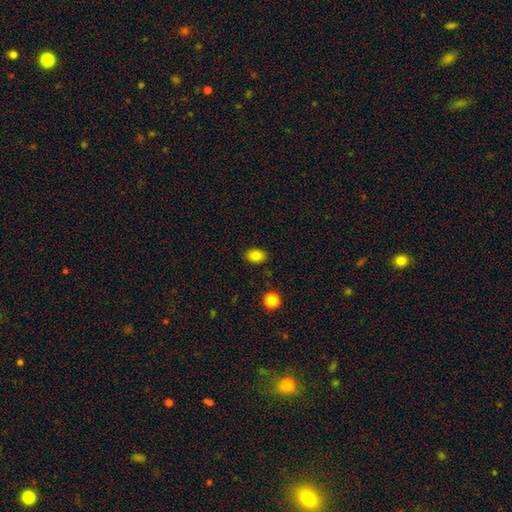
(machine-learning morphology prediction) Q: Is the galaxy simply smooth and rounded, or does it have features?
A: smooth — 83%.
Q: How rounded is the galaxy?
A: in between — 79%.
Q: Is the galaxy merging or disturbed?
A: none — 87%.